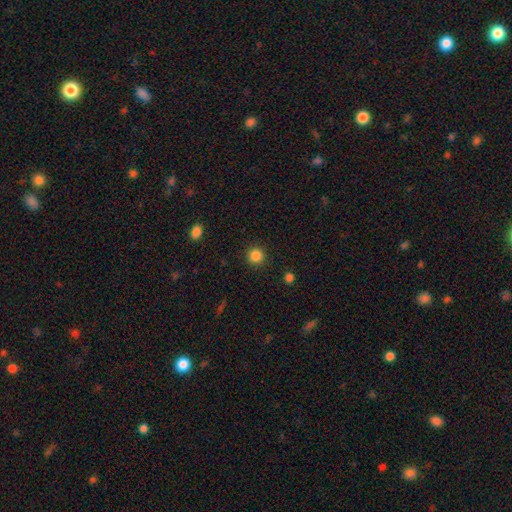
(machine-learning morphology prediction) smooth_or_featured: smooth (p=0.85) [alt: star or artifact p=0.11]
how_rounded: round (p=0.94) [alt: in between p=0.05]
merging: none (p=0.92) [alt: minor disturbance p=0.05]